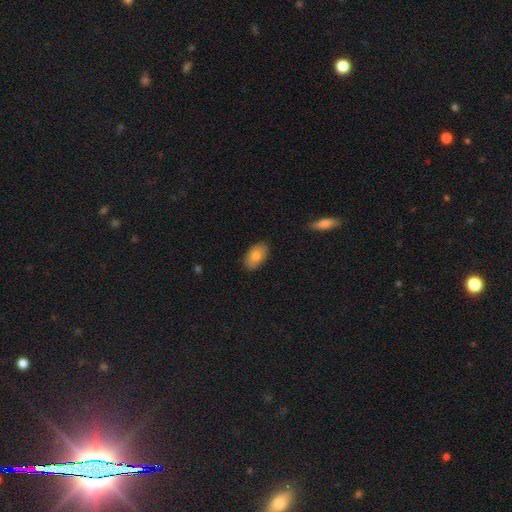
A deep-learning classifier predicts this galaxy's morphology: This appears to be a smooth galaxy with no disk features (79%) that is in between round and cigar-shaped (92%). Merging: none (85%).